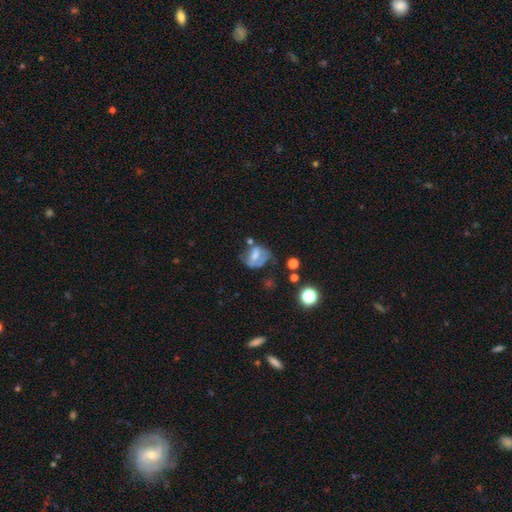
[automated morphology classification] The model was most divided on "merging": none: 31%, major disturbance: 30%, minor disturbance: 26%, merger: 13%. Remaining: smooth or featured — featured or disk (48%).